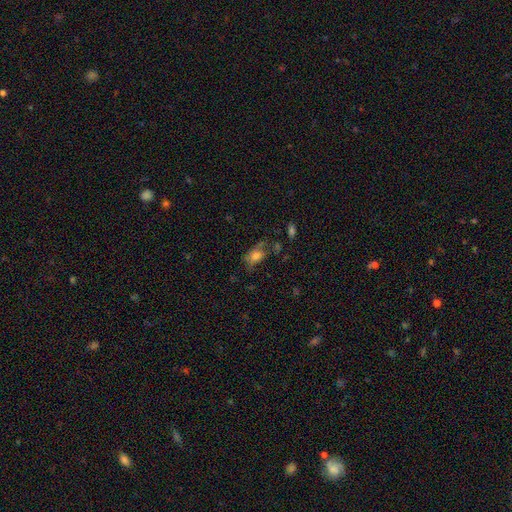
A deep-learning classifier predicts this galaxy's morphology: type=smooth (64%); roundness=in between (79%); merging=none (42%).